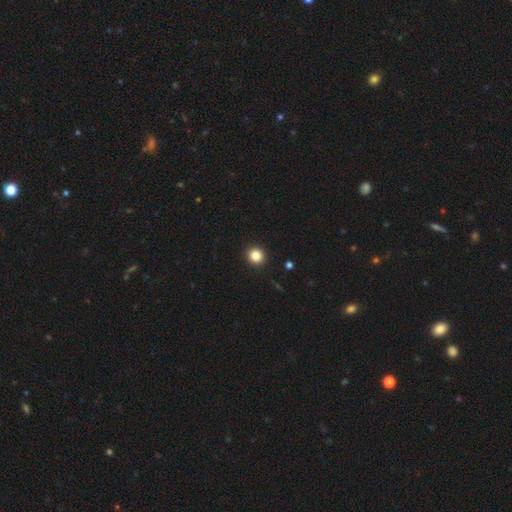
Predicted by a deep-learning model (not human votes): smooth-or-featured: smooth: 84% | star or artifact: 11% | featured or disk: 5%
  how-rounded: round: 93% | in between: 6% | cigar-shaped: 1%
  merging: none: 94% | minor disturbance: 4% | major disturbance: 1% | merger: 1%